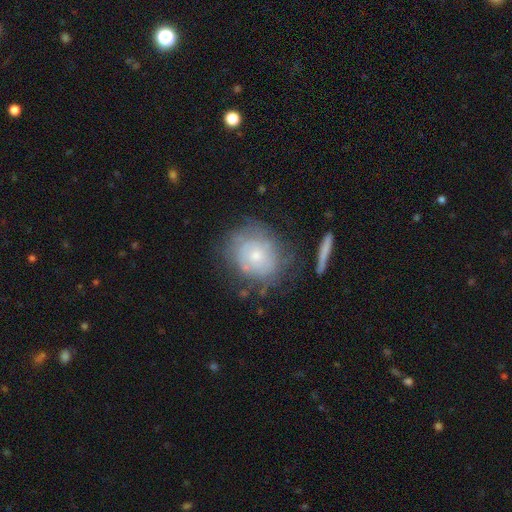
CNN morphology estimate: Smooth or featured? Predicted: featured or disk (p=0.57). Edge-on disk? Predicted: no (p=0.96). Bar? Predicted: no (p=0.83). Spiral arms? Predicted: yes (p=0.69). Bulge size? Predicted: small (p=0.56). Merging? Predicted: none (p=0.65).